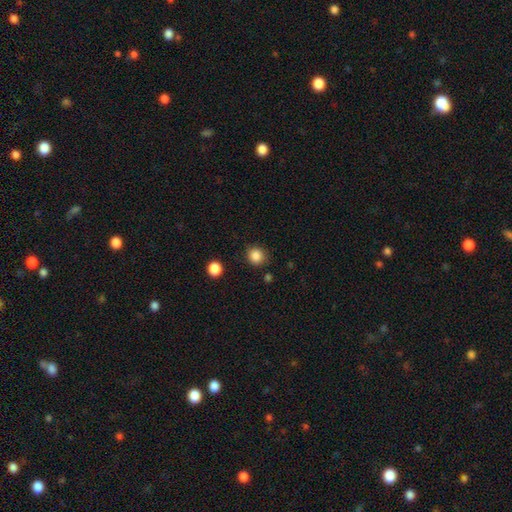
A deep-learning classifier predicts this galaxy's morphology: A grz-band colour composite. It shows a smooth galaxy with no disk features (86%) that is round (88%). Merging: none (85%).